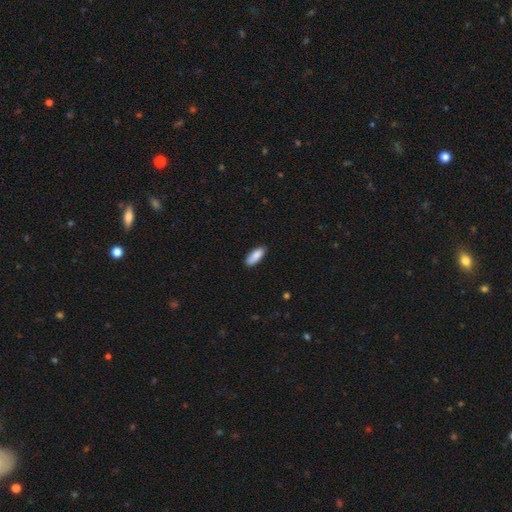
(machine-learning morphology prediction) smooth 88%, star or artifact 6%, featured or disk 6%. Down the decision tree: how rounded — in between (72%); merging — none (86%).